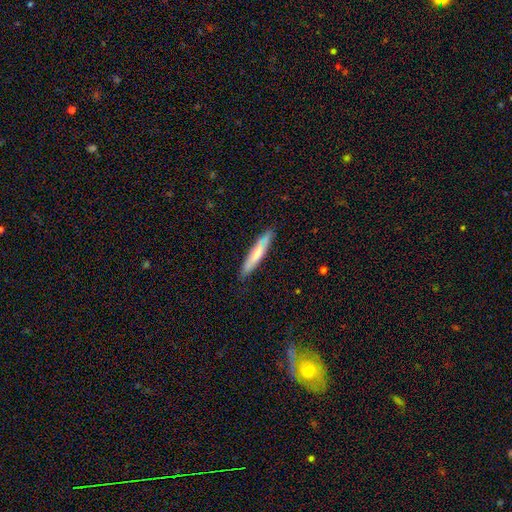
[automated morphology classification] Smooth or featured: smooth — 57% (featured or disk — 37%)
How rounded: cigar-shaped — 91% (in between — 8%)
Merging: none — 86% (minor disturbance — 11%)